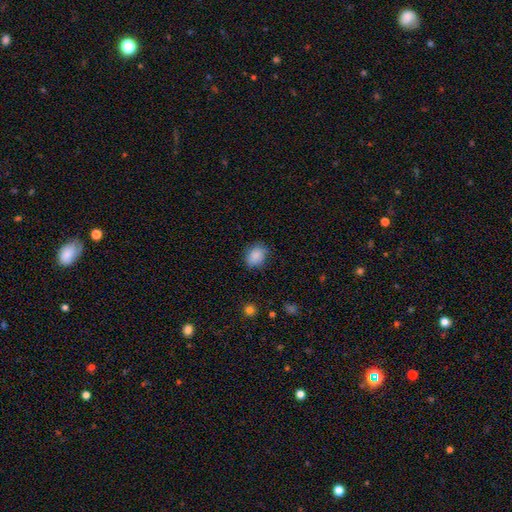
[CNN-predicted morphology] Smooth or featured? Predicted: smooth (p=0.86). How rounded? Predicted: in between (p=0.57). Merging? Predicted: none (p=0.75).